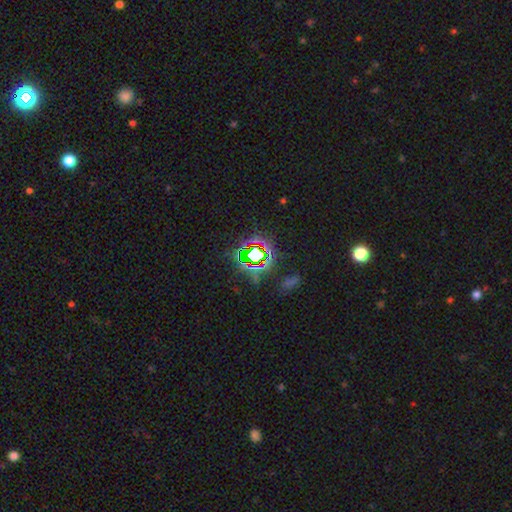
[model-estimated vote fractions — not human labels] smooth_or_featured: star or artifact (p=0.75) [alt: smooth p=0.14]